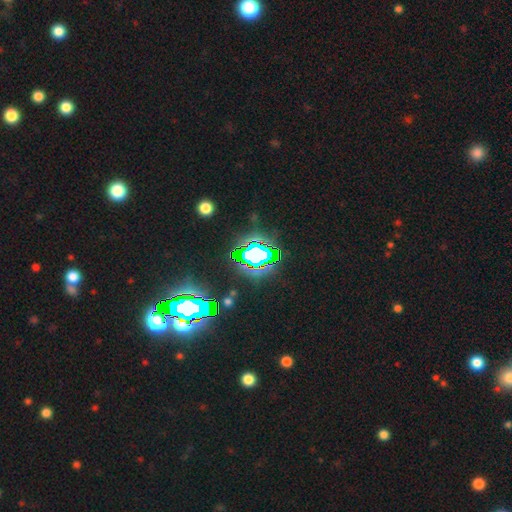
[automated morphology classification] Smooth or featured? Predicted: star or artifact (p=0.70).